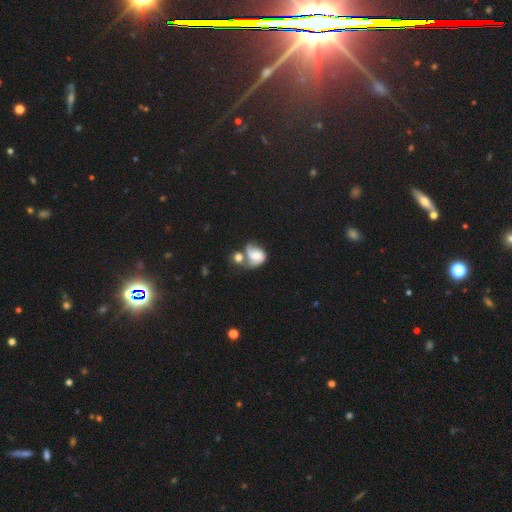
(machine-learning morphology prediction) Overall: smooth (46%; featured or disk 44%). Merging: merger (47%; none 21%).